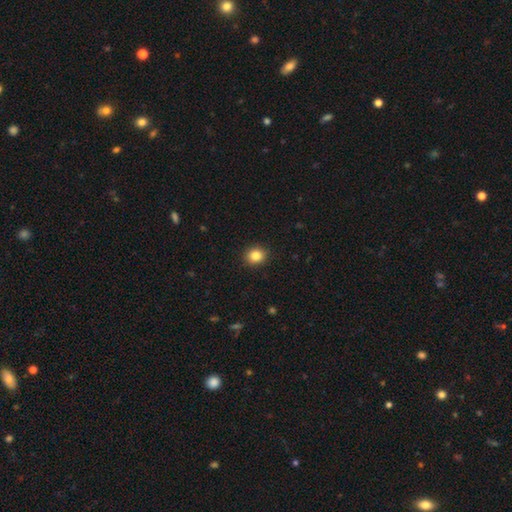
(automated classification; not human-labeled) A smooth galaxy with no disk features (84%) that is round (76%).

Vote fractions:
- Smooth or featured? smooth: 84% / star or artifact: 10% / featured or disk: 5%
- How rounded? round: 76% / in between: 23% / cigar-shaped: 1%
- Merging? none: 91% / minor disturbance: 6% / major disturbance: 2% / merger: 1%